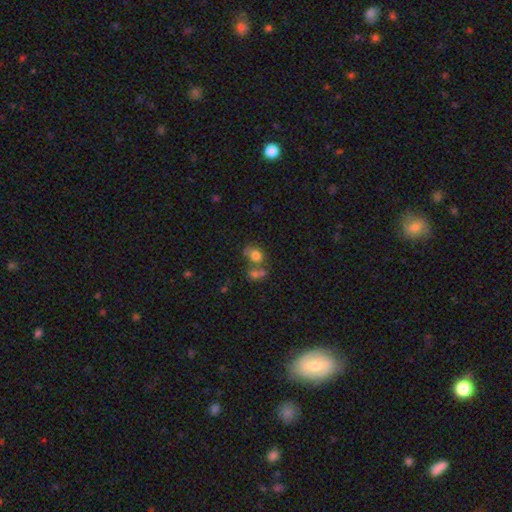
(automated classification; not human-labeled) A smooth galaxy with no disk features (75%) that is round (51%). Merging: merger (42%).